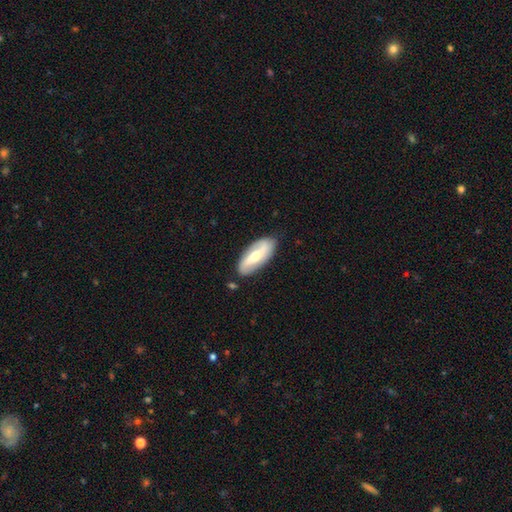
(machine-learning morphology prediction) Smooth or featured? Predicted: featured or disk (p=0.60). Edge-on disk? Predicted: no (p=0.84). Bar? Predicted: strong (p=0.37). Spiral arms? Predicted: yes (p=0.78). Bulge size? Predicted: moderate (p=0.63). Merging? Predicted: none (p=0.83).